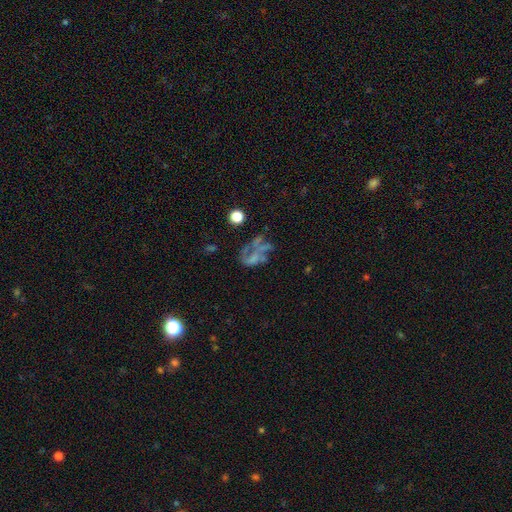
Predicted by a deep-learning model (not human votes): Morphology: type=featured or disk (56%); edge-on=no (97%); bar=no (85%); spiral arms=no (67%); bulge=none (73%); merging=major disturbance (39%).